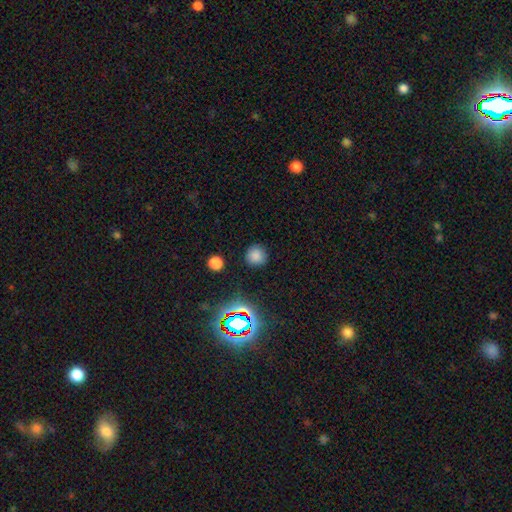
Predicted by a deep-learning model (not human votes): Smooth or featured?
  - smooth: 75% *
  - star or artifact: 19%
  - featured or disk: 6%
How rounded?
  - round: 93% *
  - in between: 6%
  - cigar-shaped: 1%
Merging?
  - none: 87% *
  - minor disturbance: 8%
  - major disturbance: 3%
  - merger: 2%